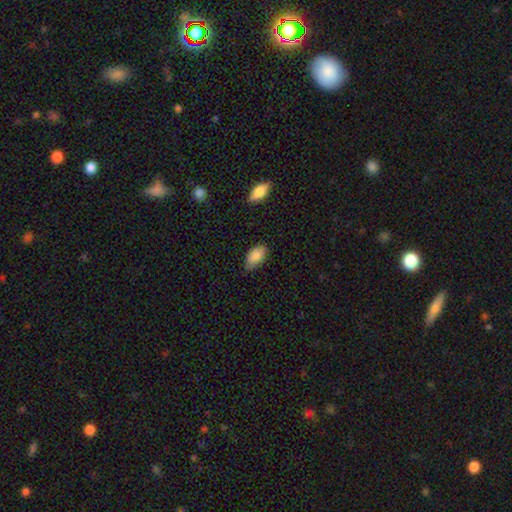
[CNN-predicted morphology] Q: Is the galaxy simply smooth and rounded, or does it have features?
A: smooth — 87%.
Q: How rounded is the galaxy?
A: in between — 93%.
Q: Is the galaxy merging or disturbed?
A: none — 65%.